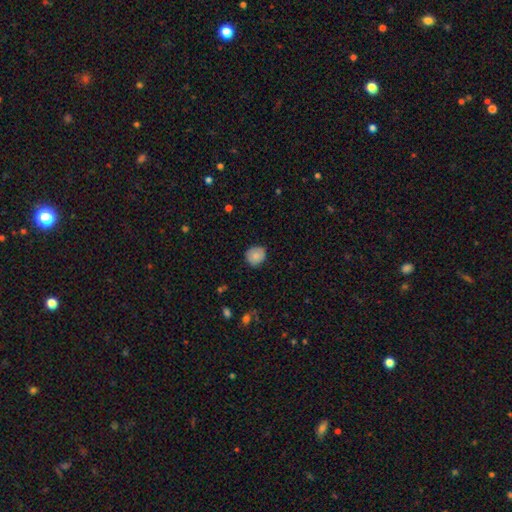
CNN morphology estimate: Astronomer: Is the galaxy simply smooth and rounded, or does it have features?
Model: smooth — 84%.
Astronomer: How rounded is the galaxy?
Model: round — 80%.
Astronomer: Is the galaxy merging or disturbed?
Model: none — 81%.